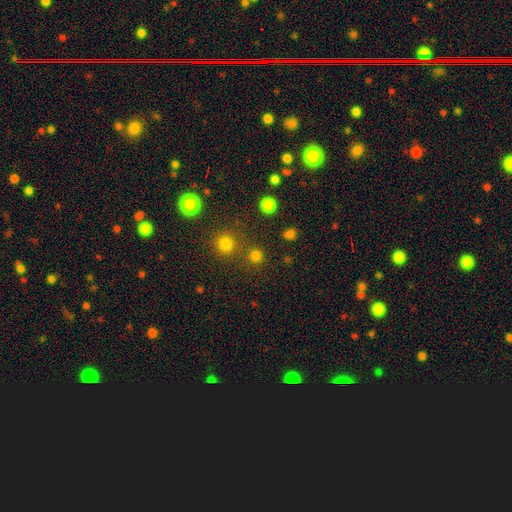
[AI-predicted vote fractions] Q: Smooth or featured?
A: smooth (77%); runner-up: star or artifact (19%)
Q: How rounded?
A: round (92%); runner-up: in between (8%)
Q: Merging?
A: none (75%); runner-up: merger (15%)